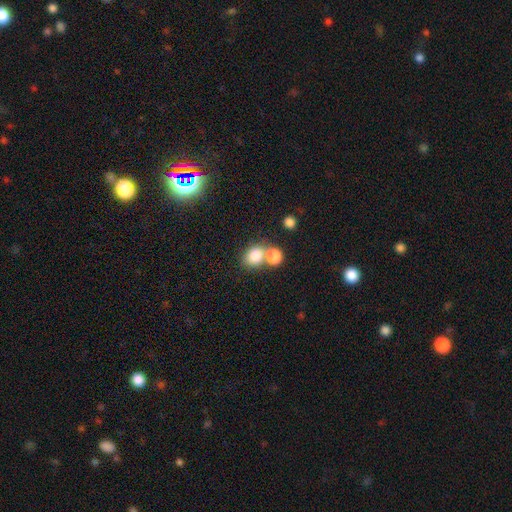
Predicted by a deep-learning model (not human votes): smooth_or_featured: smooth (p=0.81) [alt: star or artifact p=0.10]
how_rounded: round (p=0.54) [alt: in between p=0.45]
merging: merger (p=0.47) [alt: none p=0.41]